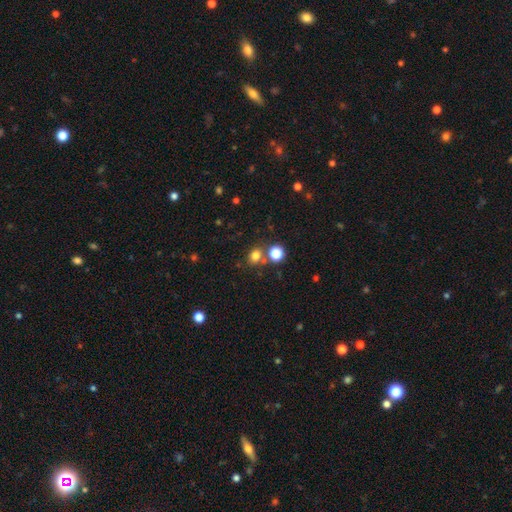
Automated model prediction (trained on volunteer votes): smooth-or-featured: smooth: 76% | star or artifact: 17% | featured or disk: 7%
  how-rounded: round: 65% | in between: 34% | cigar-shaped: 1%
  merging: none: 66% | merger: 21% | minor disturbance: 9% | major disturbance: 4%